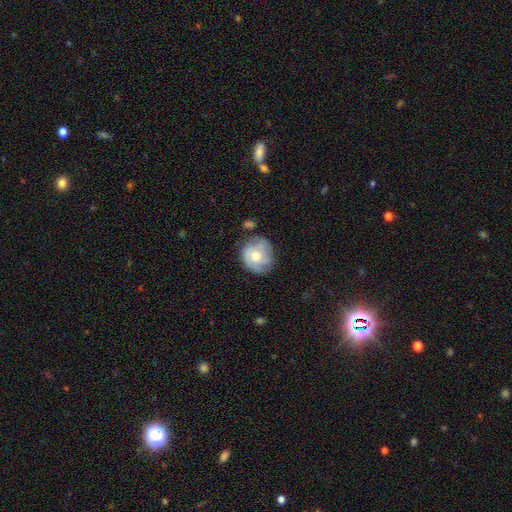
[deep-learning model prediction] Morphology: type=featured or disk (50%); edge-on=no (97%); merging=none (69%).